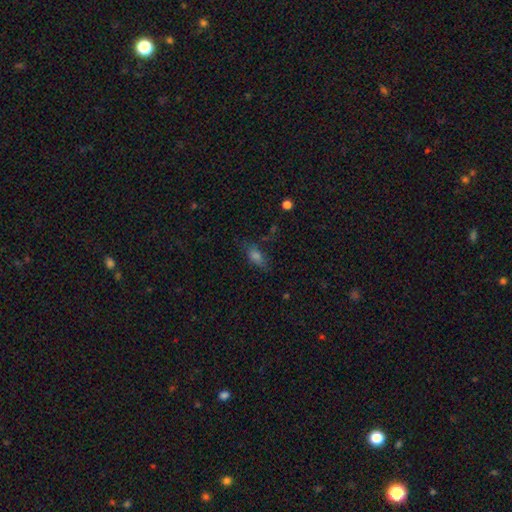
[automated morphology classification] This appears to be a smooth galaxy with no disk features (61%) that is in between round and cigar-shaped (69%). Merging: none (72%).